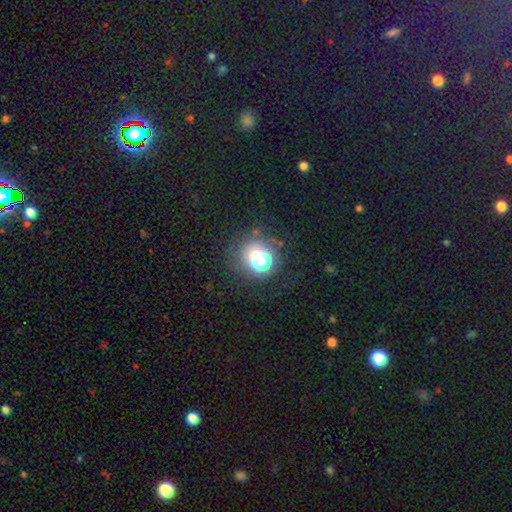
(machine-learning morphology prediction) smooth-or-featured: smooth: 60% | featured or disk: 21% | star or artifact: 20%
  how-rounded: round: 78% | in between: 21% | cigar-shaped: 1%
  merging: none: 58% | minor disturbance: 18% | major disturbance: 15% | merger: 9%